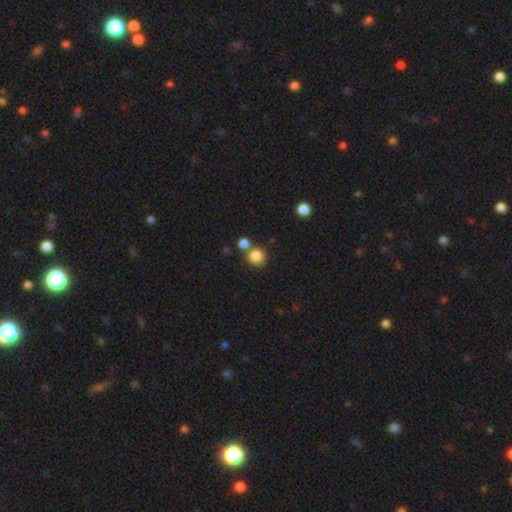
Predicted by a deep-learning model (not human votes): smooth-or-featured: smooth: 84% | star or artifact: 11% | featured or disk: 5%
  how-rounded: round: 90% | in between: 10% | cigar-shaped: 1%
  merging: none: 65% | merger: 23% | minor disturbance: 8% | major disturbance: 3%